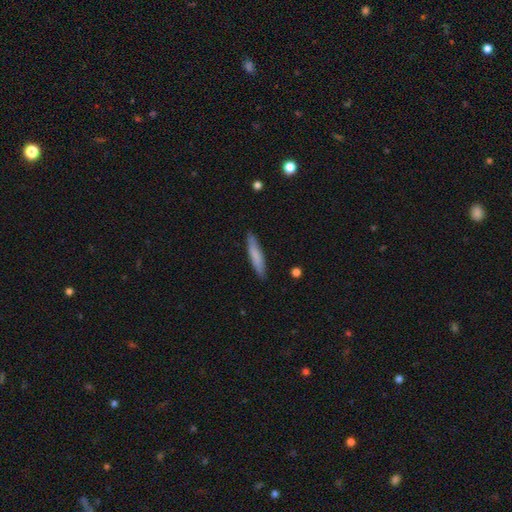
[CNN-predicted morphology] A smooth galaxy with no disk features (76%) that is cigar-shaped (88%).

Vote fractions:
- Smooth or featured? smooth: 76% / featured or disk: 19% / star or artifact: 6%
- How rounded? cigar-shaped: 88% / in between: 11% / round: 1%
- Merging? none: 88% / minor disturbance: 9% / major disturbance: 2% / merger: 1%